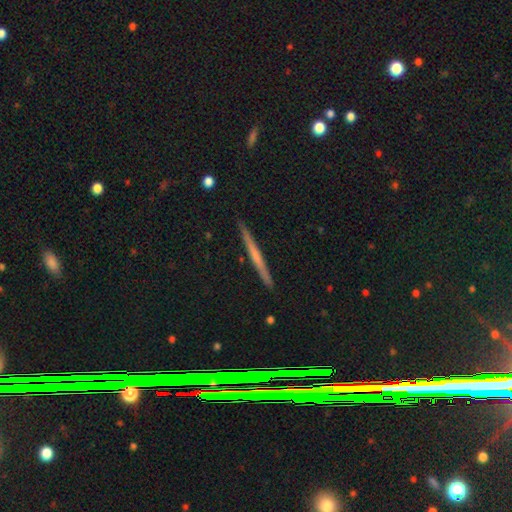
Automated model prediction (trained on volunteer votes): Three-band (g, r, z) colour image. It shows a featured or disk galaxy (52%) viewed edge-on (97%) with no central bulge (80%). Merging: none (91%).